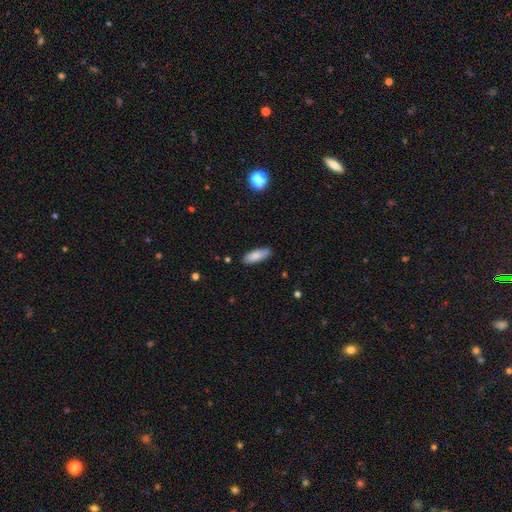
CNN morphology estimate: A smooth galaxy with no disk features (84%) that is in between round and cigar-shaped (68%).

Vote fractions:
- Smooth or featured? smooth: 84% / featured or disk: 9% / star or artifact: 6%
- How rounded? in between: 68% / cigar-shaped: 30% / round: 2%
- Merging? none: 86% / minor disturbance: 11% / major disturbance: 2% / merger: 1%